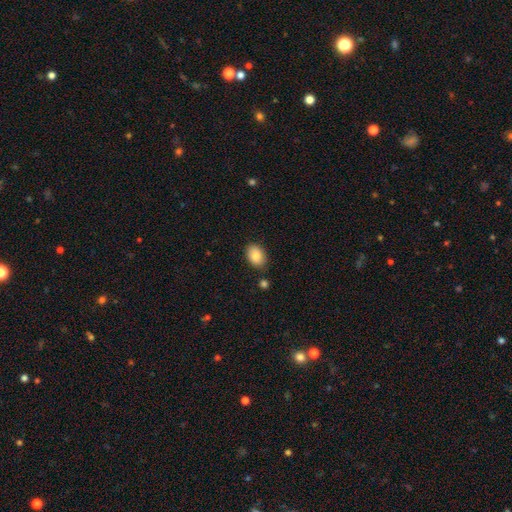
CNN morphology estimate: Overall: smooth (85%). How rounded: in between (83%). Merging: none (84%).